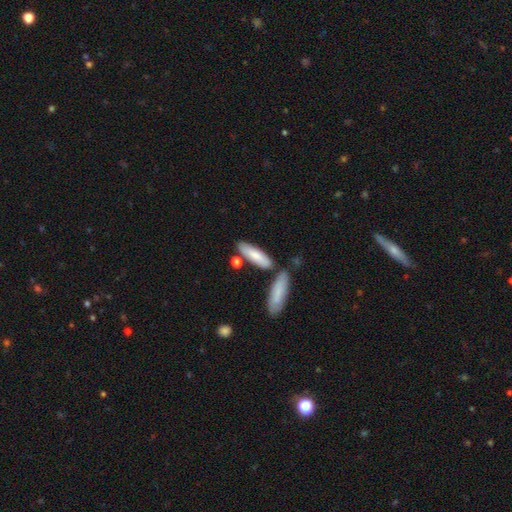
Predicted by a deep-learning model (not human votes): This appears to be a smooth galaxy with no disk features (78%) that is cigar-shaped (57%). Merging: none (69%).